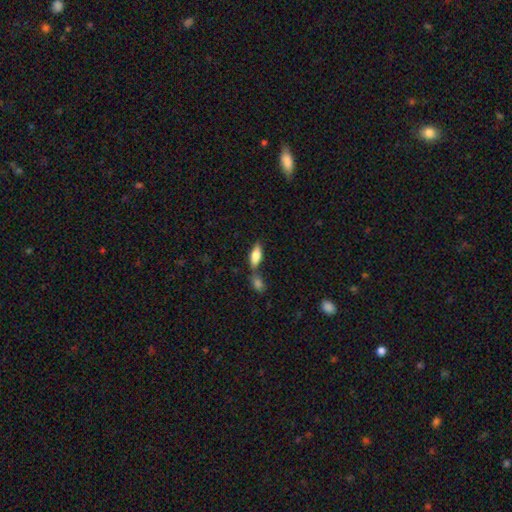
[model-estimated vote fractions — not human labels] smooth_or_featured: smooth (p=0.76) [alt: featured or disk p=0.18]
how_rounded: in between (p=0.74) [alt: cigar-shaped p=0.24]
merging: none (p=0.55) [alt: merger p=0.29]